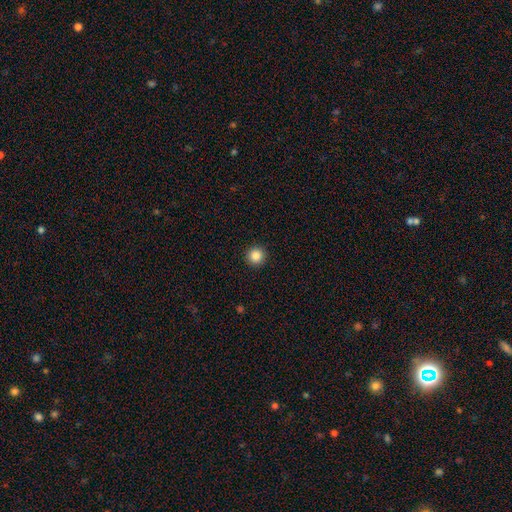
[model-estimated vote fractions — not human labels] This appears to be a smooth galaxy with no disk features (86%) that is round (95%). Merging: none (93%).